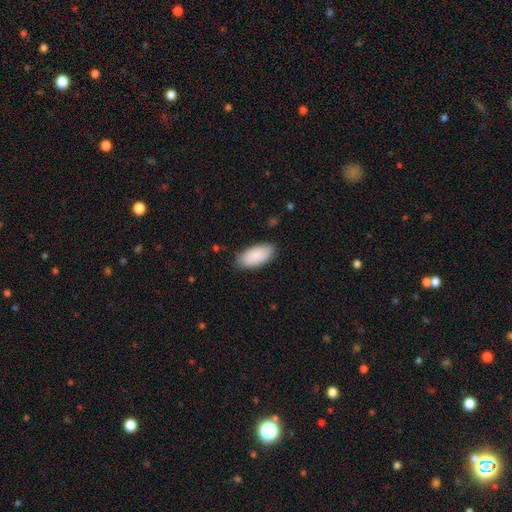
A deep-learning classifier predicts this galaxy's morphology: smooth_or_featured: smooth (p=0.89) [alt: star or artifact p=0.06]
how_rounded: in between (p=0.94) [alt: cigar-shaped p=0.04]
merging: none (p=0.82) [alt: minor disturbance p=0.14]